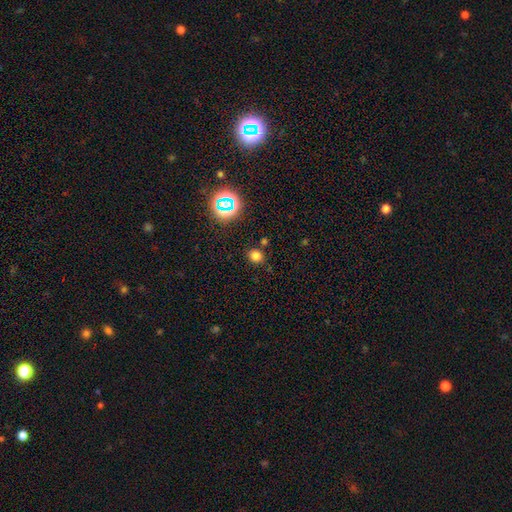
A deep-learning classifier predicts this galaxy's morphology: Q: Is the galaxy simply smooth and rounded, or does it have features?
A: smooth — 73%.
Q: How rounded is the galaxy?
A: round — 83%.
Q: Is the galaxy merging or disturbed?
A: none — 81%.